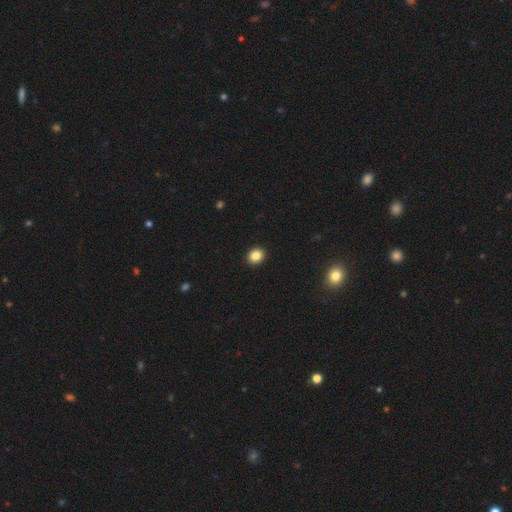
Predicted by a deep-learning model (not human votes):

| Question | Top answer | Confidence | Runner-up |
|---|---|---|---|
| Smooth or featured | smooth | 85% | star or artifact (10%) |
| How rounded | round | 70% | in between (30%) |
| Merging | none | 93% | minor disturbance (5%) |